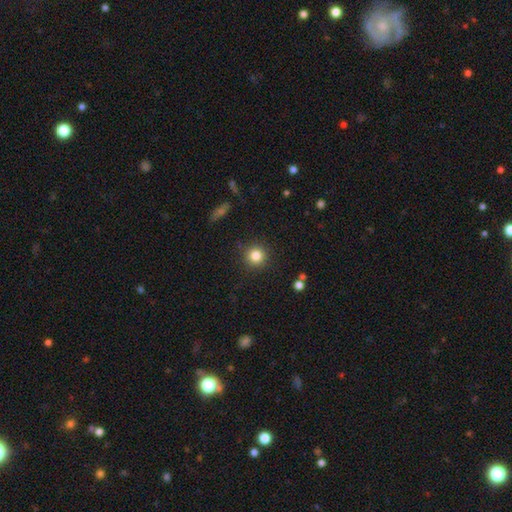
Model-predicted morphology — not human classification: smooth-or-featured: smooth: 83% | star or artifact: 11% | featured or disk: 6%
  how-rounded: round: 94% | in between: 5% | cigar-shaped: 1%
  merging: none: 90% | minor disturbance: 6% | major disturbance: 2% | merger: 1%